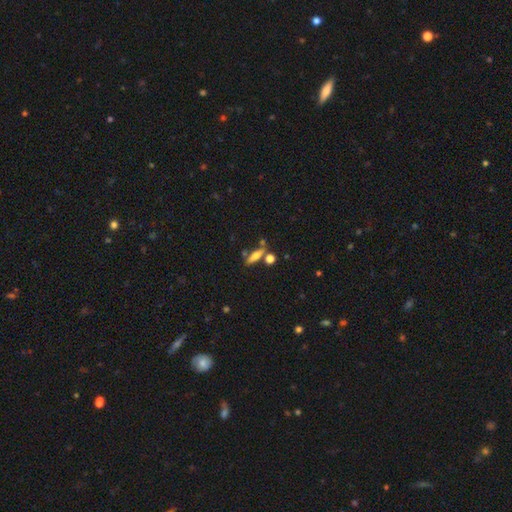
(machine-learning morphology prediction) This is possibly a smooth galaxy (56%). How rounded: likely cigar-shaped (65%). Merging: likely none (67%).